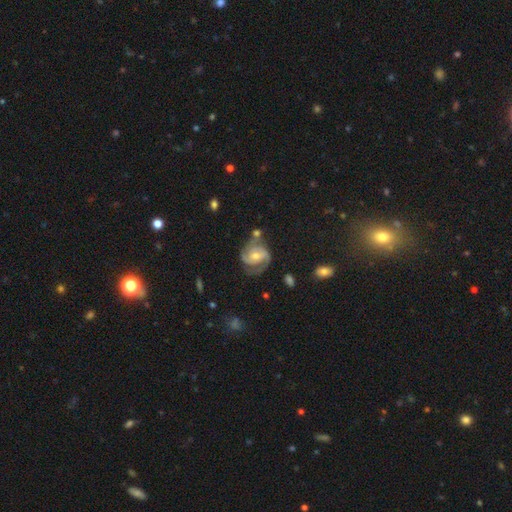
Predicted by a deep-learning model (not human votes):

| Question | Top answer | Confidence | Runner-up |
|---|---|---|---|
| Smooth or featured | featured or disk | 87% | smooth (7%) |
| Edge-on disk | no | 98% | yes (2%) |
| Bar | no | 42% | weak (41%) |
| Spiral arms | yes | 97% | no (3%) |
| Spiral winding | tight | 46% | medium (45%) |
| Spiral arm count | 2 | 73% | 3 (14%) |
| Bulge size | moderate | 54% | small (41%) |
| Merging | none | 63% | minor disturbance (20%) |